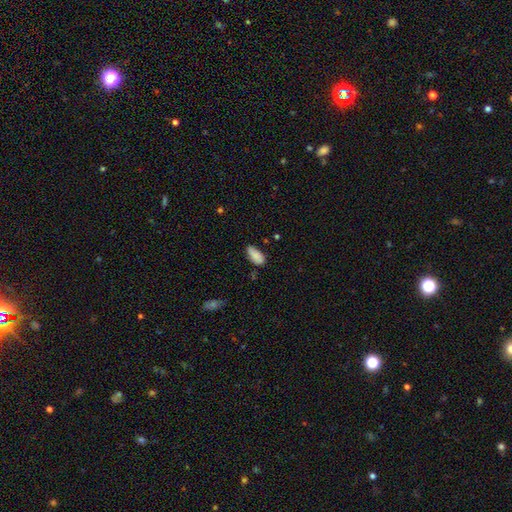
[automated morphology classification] This appears to be a smooth galaxy with no disk features (84%) that is in between round and cigar-shaped (90%). Merging: none (64%).